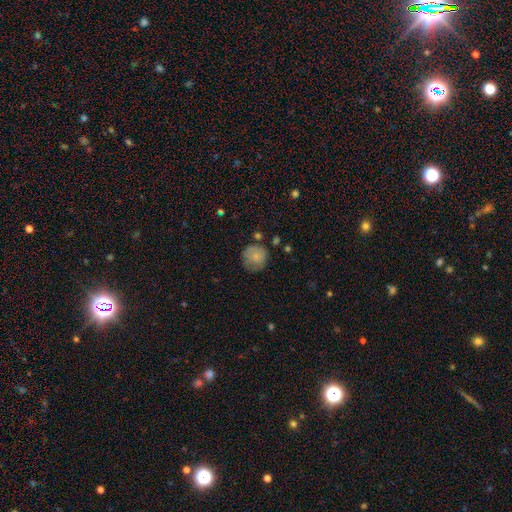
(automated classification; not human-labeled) smooth_or_featured: smooth (p=0.78) [alt: featured or disk p=0.14]
how_rounded: round (p=0.90) [alt: in between p=0.10]
merging: none (p=0.63) [alt: minor disturbance p=0.25]